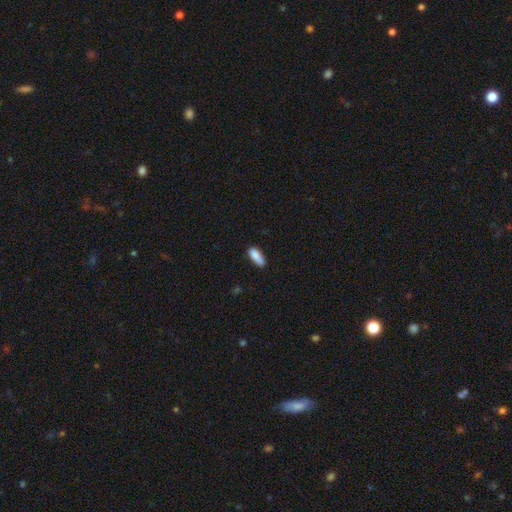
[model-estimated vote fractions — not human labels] This appears to be a smooth galaxy with no disk features (85%) that is in between round and cigar-shaped (67%). Merging: none (67%).